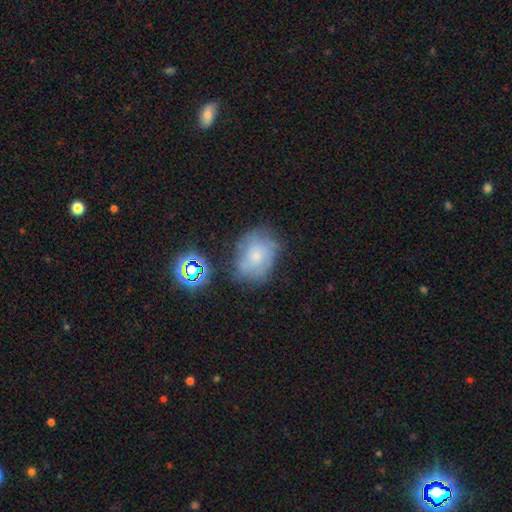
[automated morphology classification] Q: Smooth or featured?
A: smooth (42%); runner-up: featured or disk (41%)
Q: Merging?
A: none (58%); runner-up: minor disturbance (25%)